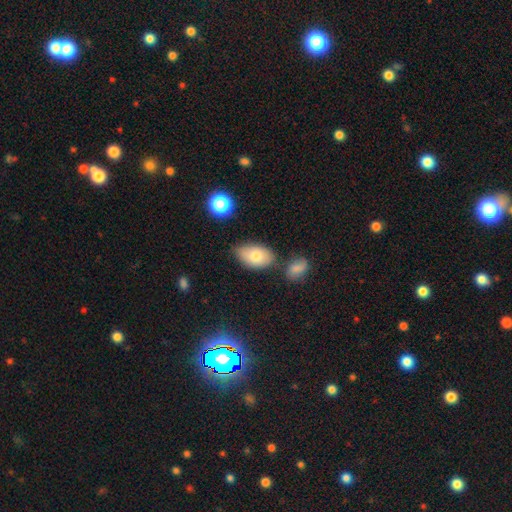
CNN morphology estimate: The model was most divided on "merging": none: 67%, minor disturbance: 20%, merger: 9%, major disturbance: 4%. More confident: how rounded — in between (90%); smooth or featured — smooth (77%).